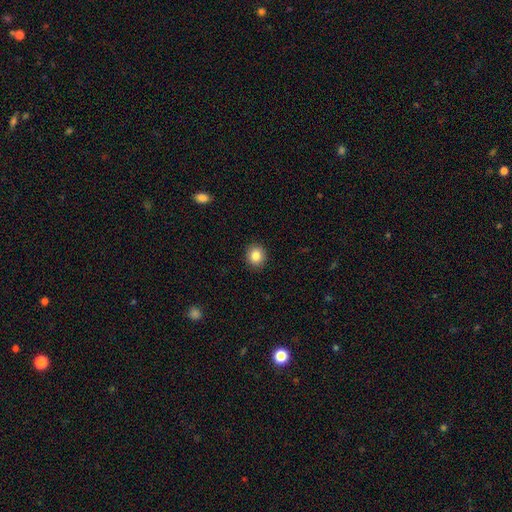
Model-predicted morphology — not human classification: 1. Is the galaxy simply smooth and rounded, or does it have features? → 85% smooth, 10% star or artifact, 5% featured or disk.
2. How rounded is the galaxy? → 81% round, 18% in between, 1% cigar-shaped.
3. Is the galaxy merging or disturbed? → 91% none, 6% minor disturbance, 2% major disturbance, 1% merger.